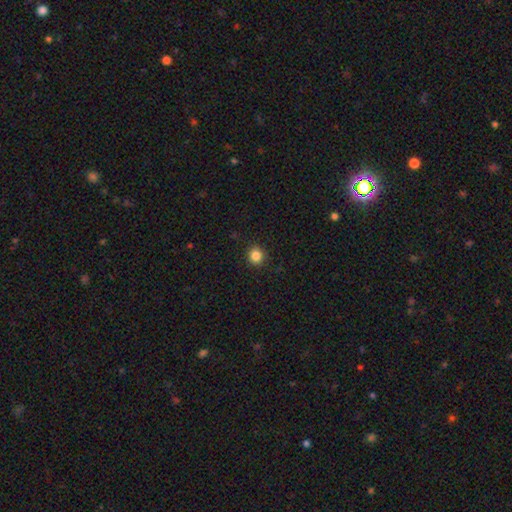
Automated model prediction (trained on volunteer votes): The model was most divided on "smooth or featured": smooth: 84%, star or artifact: 12%, featured or disk: 4%. More confident: merging — none (92%); how rounded — round (90%).